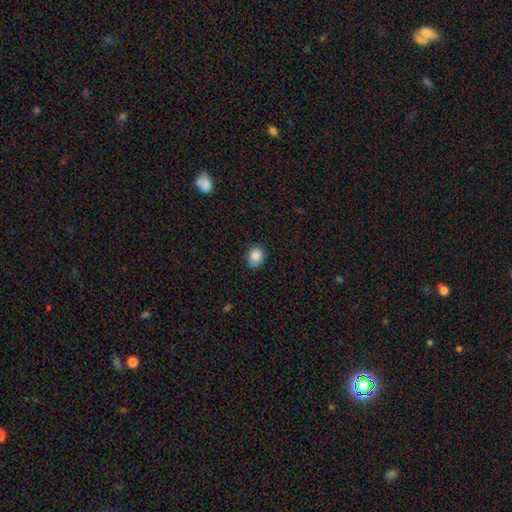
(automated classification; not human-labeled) Morphology: type=smooth (87%); roundness=round (68%); merging=none (81%).